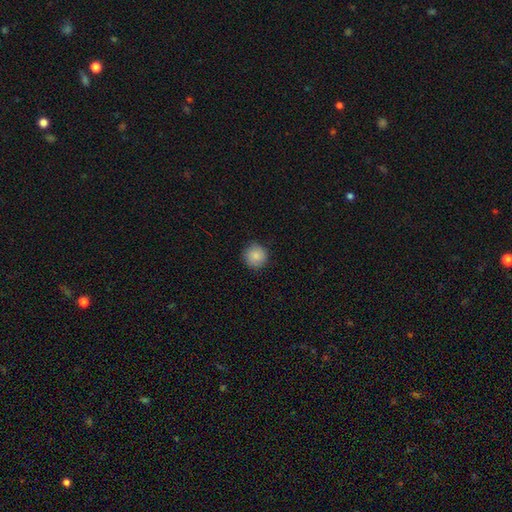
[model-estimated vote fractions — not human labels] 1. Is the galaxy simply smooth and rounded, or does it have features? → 85% smooth, 8% star or artifact, 7% featured or disk.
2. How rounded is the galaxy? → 94% round, 5% in between, 1% cigar-shaped.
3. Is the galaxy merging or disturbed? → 88% none, 9% minor disturbance, 2% major disturbance, 1% merger.